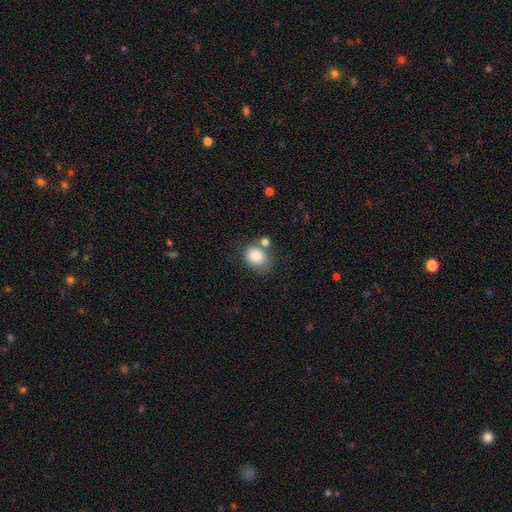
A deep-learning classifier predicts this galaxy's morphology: A smooth galaxy with no disk features (83%) that is round (57%).

Vote fractions:
- Smooth or featured? smooth: 83% / star or artifact: 9% / featured or disk: 8%
- How rounded? round: 57% / in between: 42% / cigar-shaped: 1%
- Merging? none: 60% / minor disturbance: 17% / merger: 16% / major disturbance: 6%